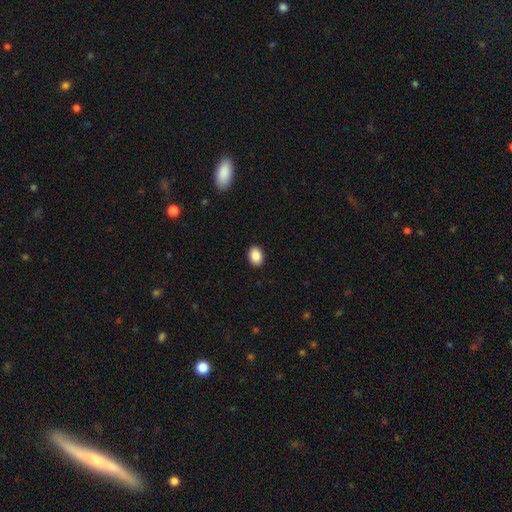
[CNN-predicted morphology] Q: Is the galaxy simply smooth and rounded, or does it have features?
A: smooth — 88%.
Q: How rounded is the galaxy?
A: in between — 71%.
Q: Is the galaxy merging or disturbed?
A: none — 91%.